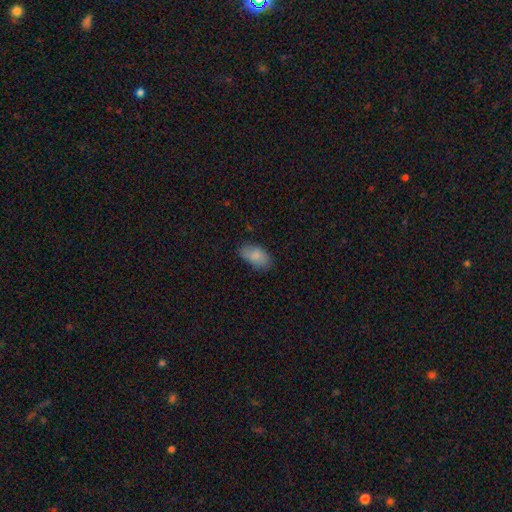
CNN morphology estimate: This appears to be a smooth galaxy with no disk features (85%) that is in between round and cigar-shaped (94%). Merging: none (75%).